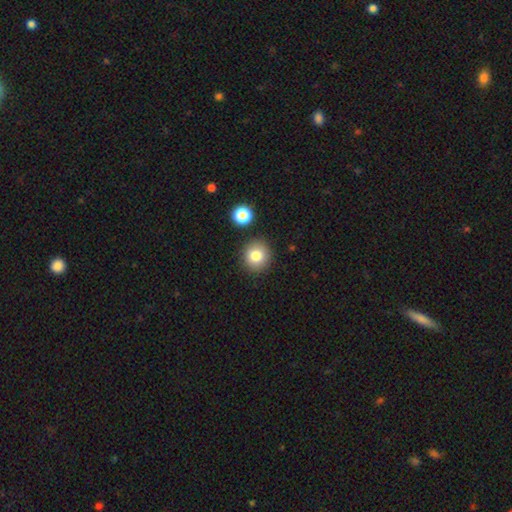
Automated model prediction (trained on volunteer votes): smooth 81%, star or artifact 11%, featured or disk 8%. Down the decision tree: how rounded — round (90%); merging — none (86%).